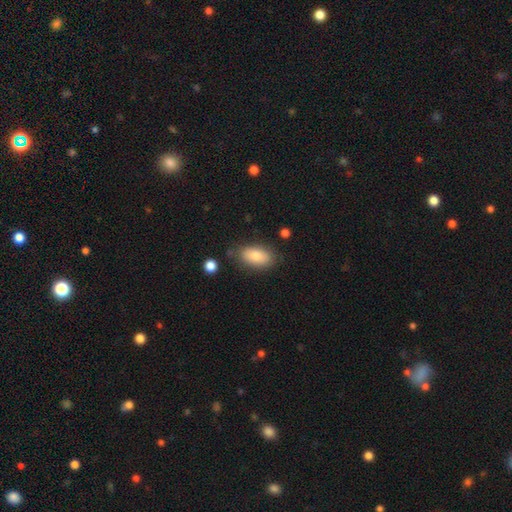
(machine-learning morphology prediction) smooth_or_featured: smooth (p=0.81) [alt: featured or disk p=0.12]
how_rounded: in between (p=0.92) [alt: round p=0.04]
merging: none (p=0.79) [alt: minor disturbance p=0.15]